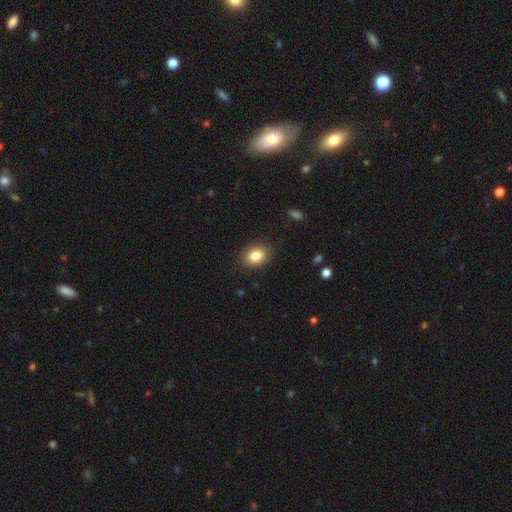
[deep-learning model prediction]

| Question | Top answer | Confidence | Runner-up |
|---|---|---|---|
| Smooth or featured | smooth | 84% | star or artifact (8%) |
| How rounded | in between | 70% | round (29%) |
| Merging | none | 87% | minor disturbance (9%) |